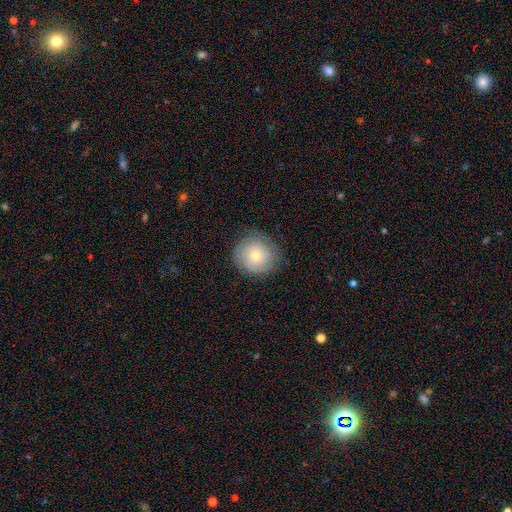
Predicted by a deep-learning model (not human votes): Smooth or featured: smooth — 62% (featured or disk — 30%)
How rounded: round — 89% (in between — 10%)
Merging: none — 81% (minor disturbance — 14%)